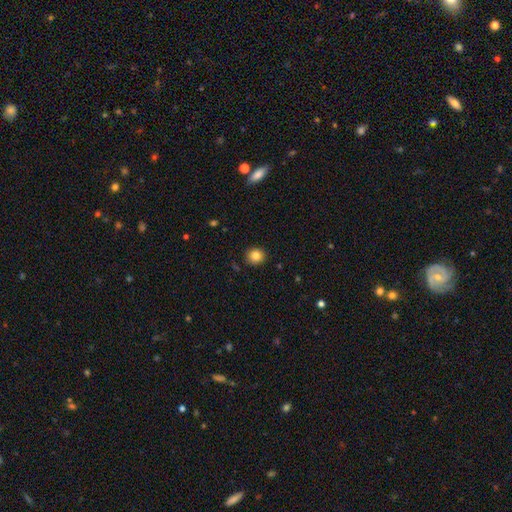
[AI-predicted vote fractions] Smooth or featured? smooth (83%)
How rounded? round (87%)
Merging? none (90%)